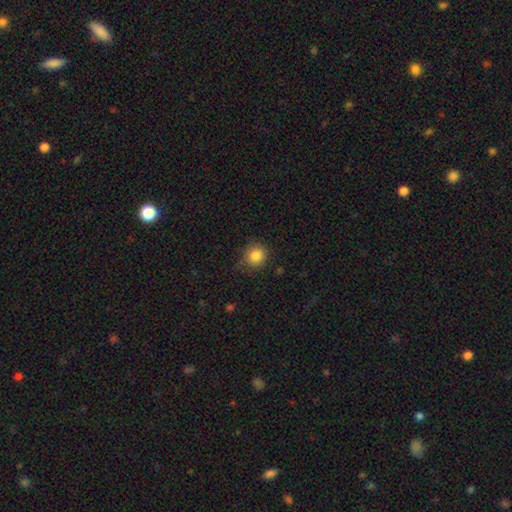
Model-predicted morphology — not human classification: smooth 84%, star or artifact 10%, featured or disk 6%. Down the decision tree: how rounded — round (87%); merging — none (78%).